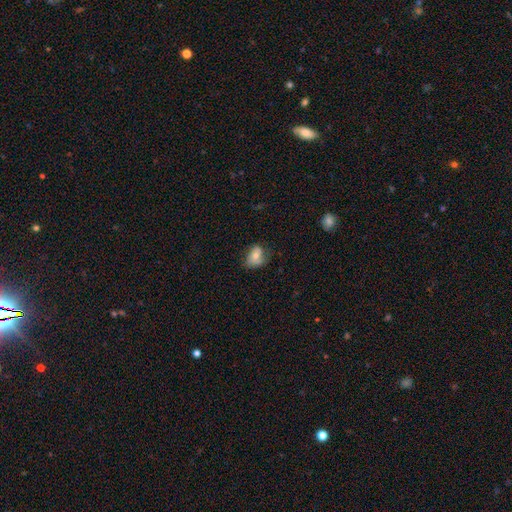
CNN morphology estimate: smooth-or-featured: smooth: 63% | featured or disk: 28% | star or artifact: 9%
  how-rounded: in between: 67% | round: 32% | cigar-shaped: 1%
  merging: none: 55% | minor disturbance: 31% | major disturbance: 11% | merger: 2%